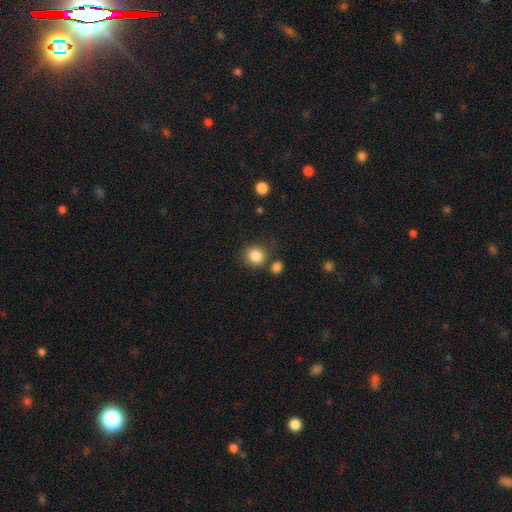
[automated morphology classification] Smooth or featured?
  - smooth: 85% *
  - star or artifact: 10%
  - featured or disk: 5%
How rounded?
  - round: 87% *
  - in between: 12%
  - cigar-shaped: 1%
Merging?
  - none: 76% *
  - merger: 11%
  - minor disturbance: 10%
  - major disturbance: 3%